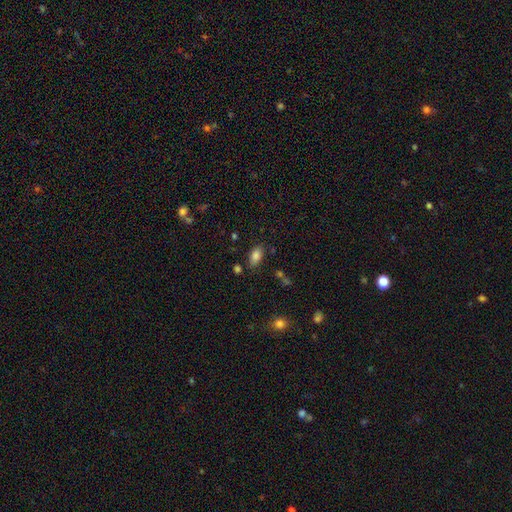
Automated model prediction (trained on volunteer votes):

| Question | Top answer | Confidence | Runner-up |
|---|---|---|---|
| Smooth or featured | smooth | 84% | star or artifact (9%) |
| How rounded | in between | 92% | round (5%) |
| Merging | none | 80% | minor disturbance (12%) |